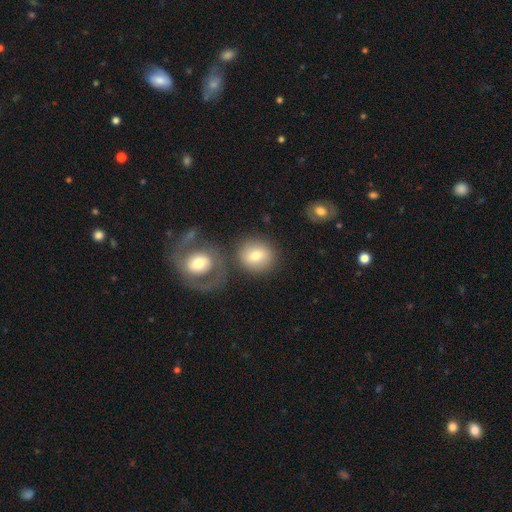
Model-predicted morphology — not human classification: Overall: smooth (75%). How rounded: round (79%). Merging: none (65%).